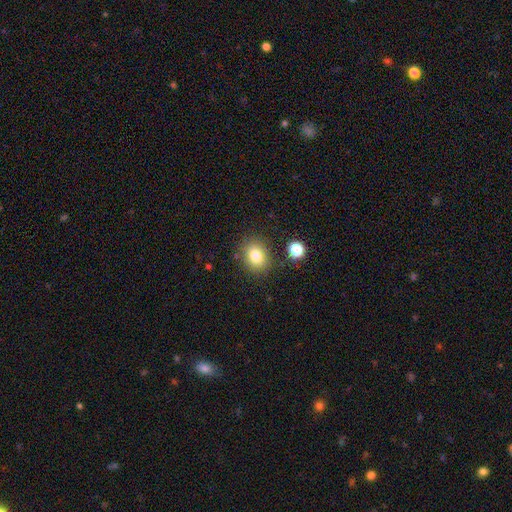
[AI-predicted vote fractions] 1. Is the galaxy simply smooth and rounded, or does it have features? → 79% smooth, 12% star or artifact, 8% featured or disk.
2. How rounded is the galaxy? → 55% round, 44% in between, 1% cigar-shaped.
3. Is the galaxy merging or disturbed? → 83% none, 10% minor disturbance, 4% merger, 3% major disturbance.